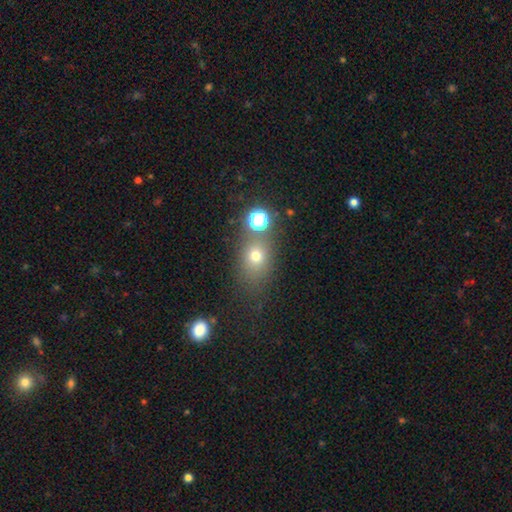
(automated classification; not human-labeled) smooth_or_featured: smooth (p=0.69) [alt: star or artifact p=0.19]
how_rounded: round (p=0.51) [alt: in between p=0.48]
merging: none (p=0.64) [alt: minor disturbance p=0.14]